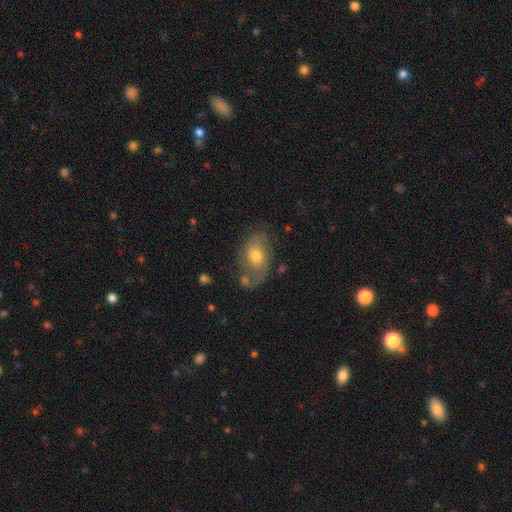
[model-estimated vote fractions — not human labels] The model was most divided on "smooth or featured": featured or disk: 50%, smooth: 42%, star or artifact: 9%. More confident: merging — none (52%).